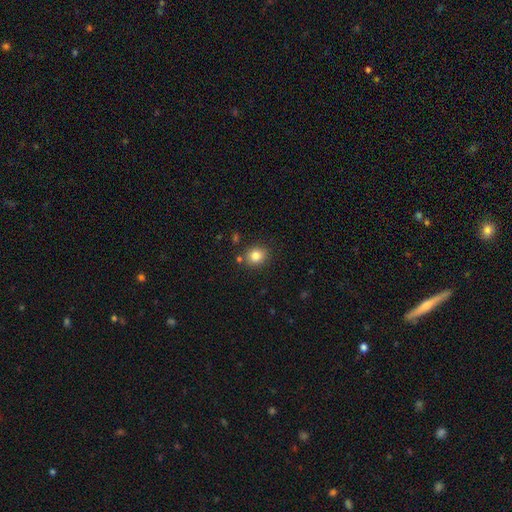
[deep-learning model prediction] A smooth galaxy with no disk features (82%) that is round (72%).

Vote fractions:
- Smooth or featured? smooth: 82% / star or artifact: 11% / featured or disk: 7%
- How rounded? round: 72% / in between: 28% / cigar-shaped: 1%
- Merging? none: 83% / minor disturbance: 9% / merger: 5% / major disturbance: 3%